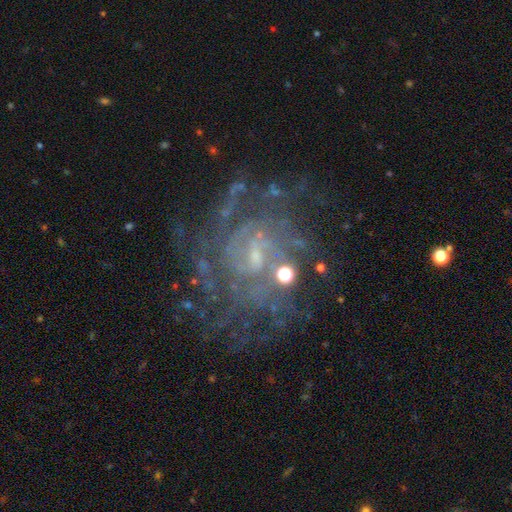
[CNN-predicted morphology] Smooth or featured?
  - featured or disk: 80% *
  - star or artifact: 13%
  - smooth: 7%
Edge-on disk?
  - no: 98% *
  - yes: 2%
Bar?
  - weak: 49% *
  - no: 37%
  - strong: 13%
Spiral arms?
  - yes: 86% *
  - no: 14%
Spiral winding?
  - tight: 59% *
  - medium: 30%
  - loose: 10%
Spiral arm count?
  - can't tell: 47% *
  - 2: 14%
  - 3: 12%
  - 4: 11%
  - more than 4: 9%
  - 1: 7%
Bulge size?
  - small: 63% *
  - none: 19%
  - moderate: 16%
  - large: 1%
  - dominant: 1%
Merging?
  - none: 65% *
  - minor disturbance: 16%
  - major disturbance: 15%
  - merger: 4%